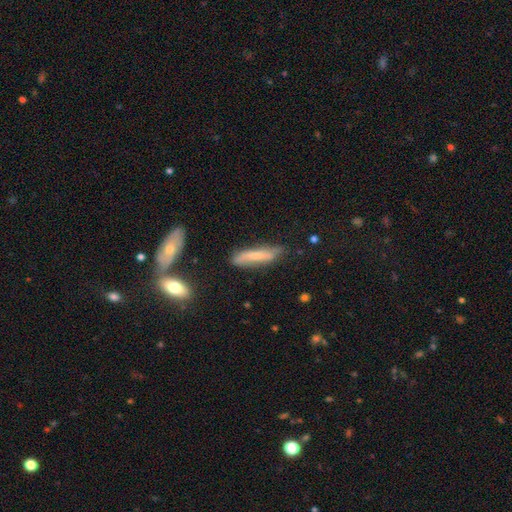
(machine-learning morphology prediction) smooth-or-featured: smooth: 58% | featured or disk: 35% | star or artifact: 7%
  how-rounded: cigar-shaped: 77% | in between: 21% | round: 2%
  merging: none: 65% | minor disturbance: 24% | major disturbance: 6% | merger: 5%